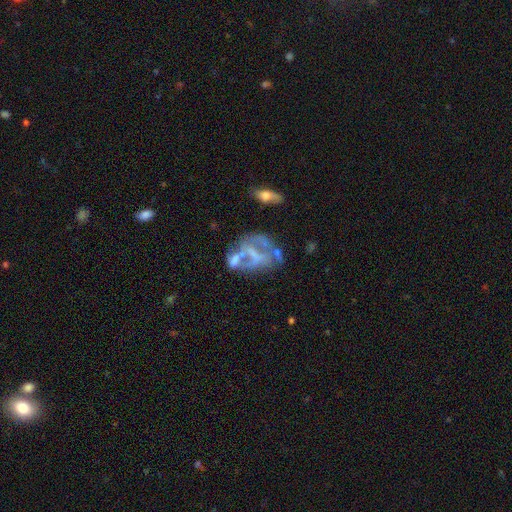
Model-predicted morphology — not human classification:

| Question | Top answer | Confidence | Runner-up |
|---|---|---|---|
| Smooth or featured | featured or disk | 67% | smooth (21%) |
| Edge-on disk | no | 97% | yes (3%) |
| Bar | no | 54% | weak (26%) |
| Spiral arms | no | 71% | yes (29%) |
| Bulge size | none | 64% | small (17%) |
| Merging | none | 32% | major disturbance (28%) |